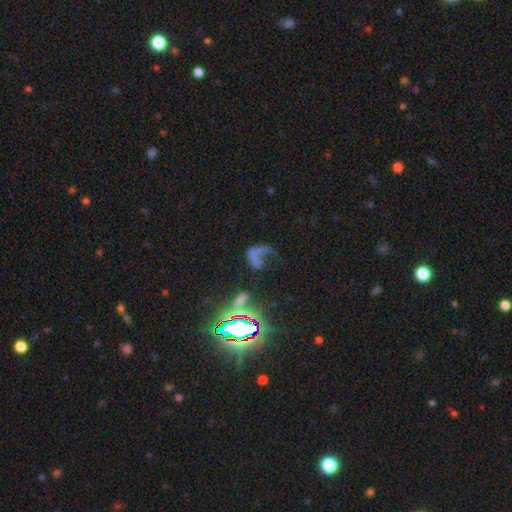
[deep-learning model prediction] Q: Smooth or featured?
A: featured or disk (41%); runner-up: smooth (31%)
Q: Merging?
A: major disturbance (44%); runner-up: none (29%)